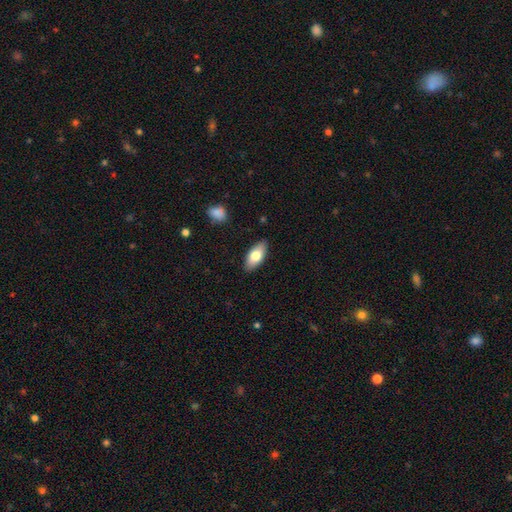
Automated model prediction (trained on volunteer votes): A smooth galaxy with no disk features (75%) that is in between round and cigar-shaped (89%).

Vote fractions:
- Smooth or featured? smooth: 75% / featured or disk: 18% / star or artifact: 6%
- How rounded? in between: 89% / cigar-shaped: 8% / round: 3%
- Merging? none: 87% / minor disturbance: 10% / major disturbance: 2% / merger: 1%